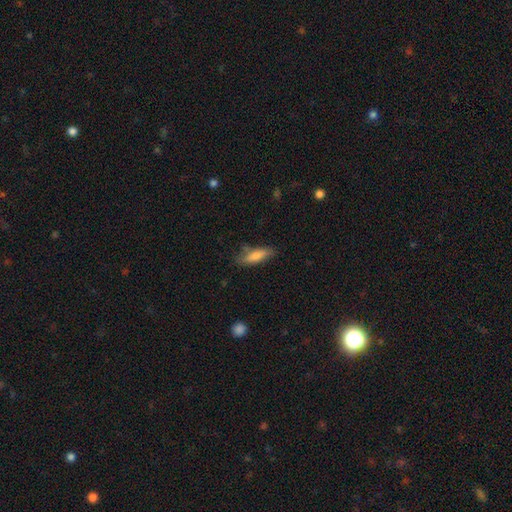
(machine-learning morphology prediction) Smooth or featured? smooth (74%)
How rounded? cigar-shaped (54%)
Merging? none (71%)